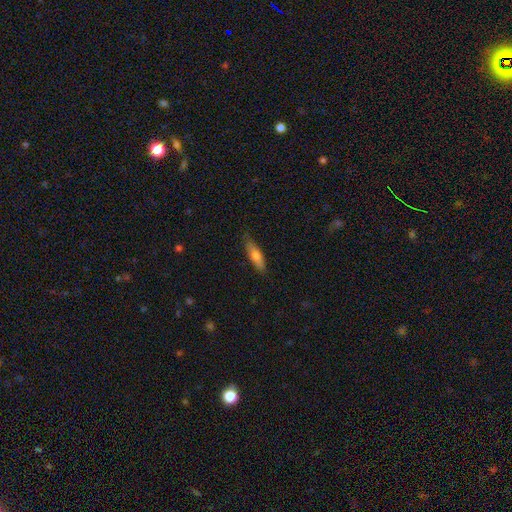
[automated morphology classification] Smooth or featured? smooth (70%)
How rounded? cigar-shaped (60%)
Merging? none (79%)